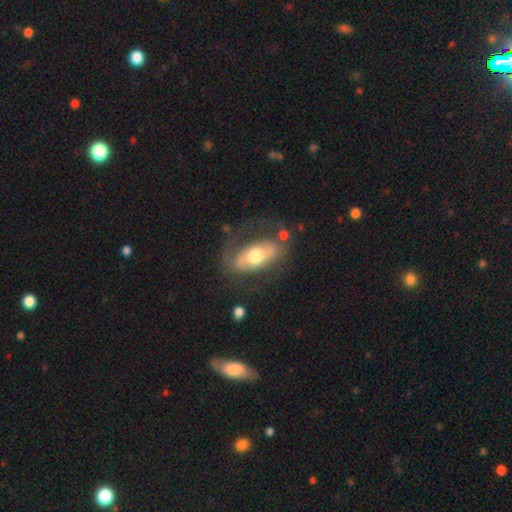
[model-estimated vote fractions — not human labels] smooth_or_featured: featured or disk (p=0.51) [alt: smooth p=0.43]
disk_edge_on: no (p=0.87) [alt: yes p=0.13]
merging: none (p=0.65) [alt: minor disturbance p=0.17]